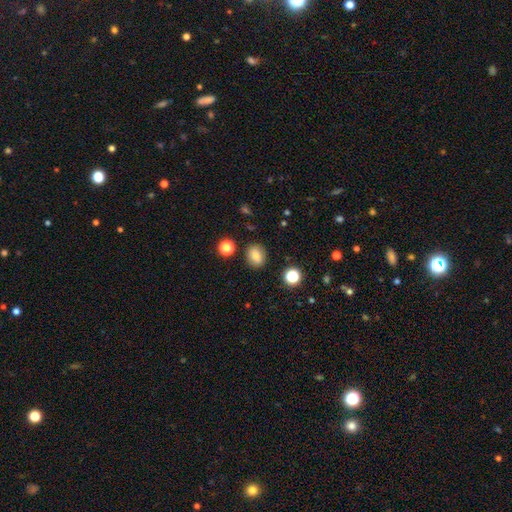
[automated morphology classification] type=smooth (80%); roundness=round (51%); merging=none (86%).